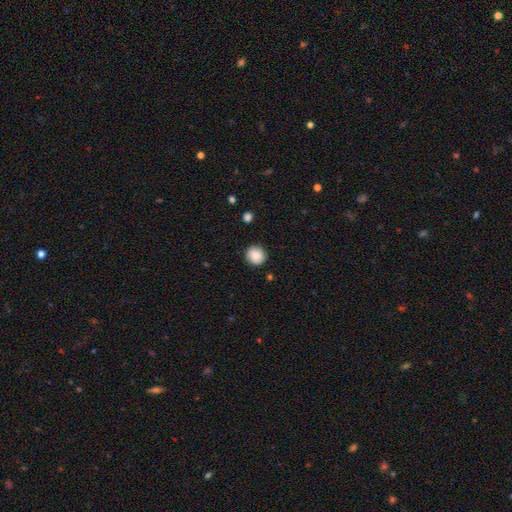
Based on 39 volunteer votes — smooth-or-featured: smooth: 87% | featured or disk: 8% | star or artifact: 5%
  how-rounded: round: 94% | in between: 3% | cigar-shaped: 3%
  merging: none: 81% | minor disturbance: 11% | major disturbance: 5% | merger: 3%